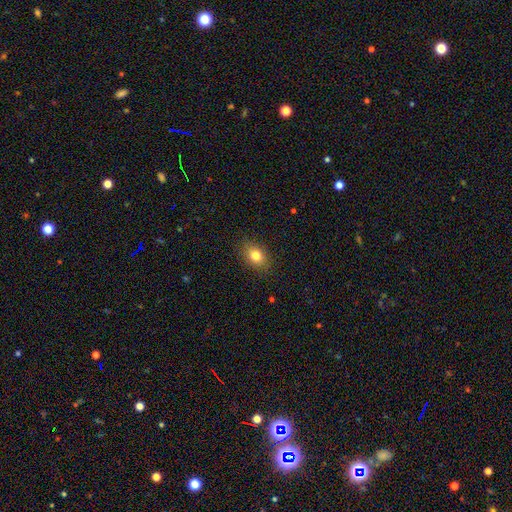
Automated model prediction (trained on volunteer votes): smooth_or_featured: smooth (p=0.80) [alt: star or artifact p=0.11]
how_rounded: in between (p=0.64) [alt: round p=0.34]
merging: none (p=0.87) [alt: minor disturbance p=0.10]